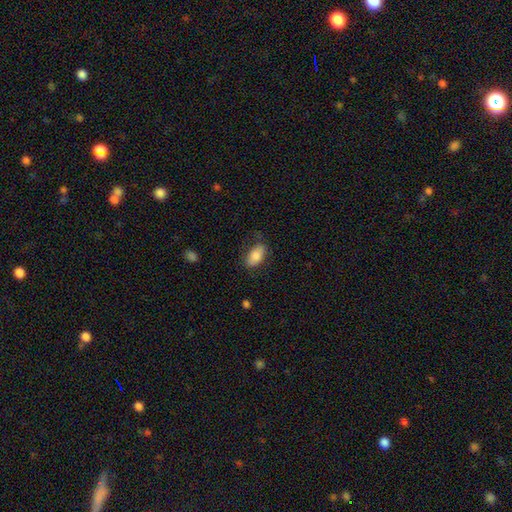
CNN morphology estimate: A smooth galaxy with no disk features (83%) that is in between round and cigar-shaped (91%).

Vote fractions:
- Smooth or featured? smooth: 83% / featured or disk: 11% / star or artifact: 7%
- How rounded? in between: 91% / cigar-shaped: 4% / round: 4%
- Merging? none: 76% / minor disturbance: 18% / major disturbance: 5% / merger: 1%